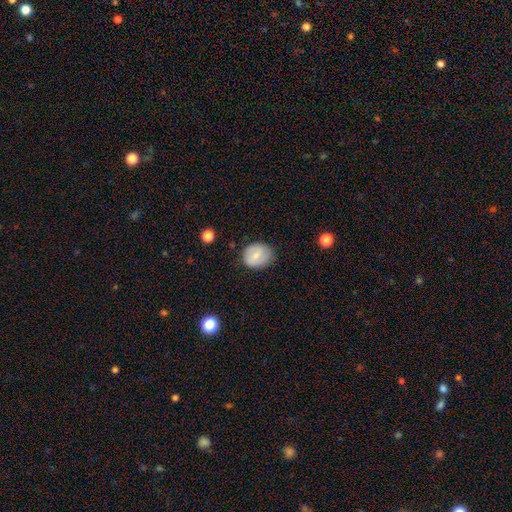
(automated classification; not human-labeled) smooth_or_featured: smooth (p=0.61) [alt: featured or disk p=0.31]
how_rounded: round (p=0.59) [alt: in between p=0.40]
merging: none (p=0.71) [alt: minor disturbance p=0.23]